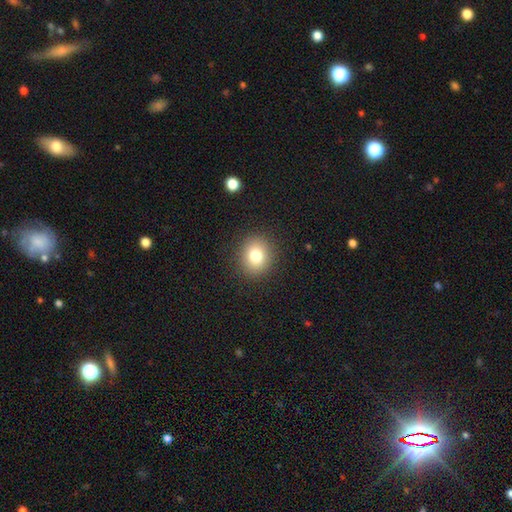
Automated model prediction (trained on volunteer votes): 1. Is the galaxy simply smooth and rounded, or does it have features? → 79% smooth, 12% star or artifact, 9% featured or disk.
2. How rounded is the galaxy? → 79% round, 20% in between, 1% cigar-shaped.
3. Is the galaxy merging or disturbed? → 90% none, 6% minor disturbance, 3% major disturbance, 1% merger.